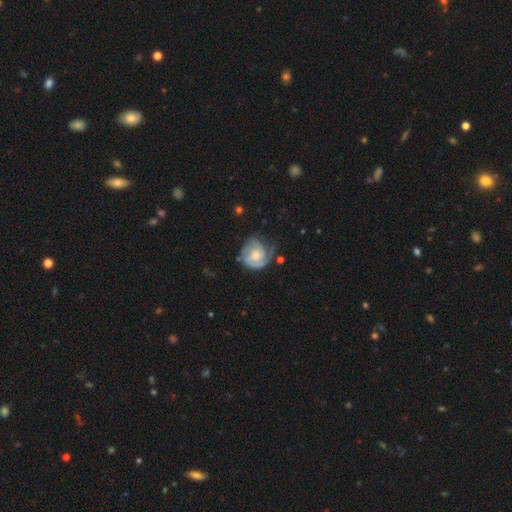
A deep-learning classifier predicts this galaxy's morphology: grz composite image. It shows a featured or disk galaxy (76%) with no bar (73%), 2 (37%) tight (60%) spiral arms (93%) and a moderate central bulge (54%). Merging: none (58%).